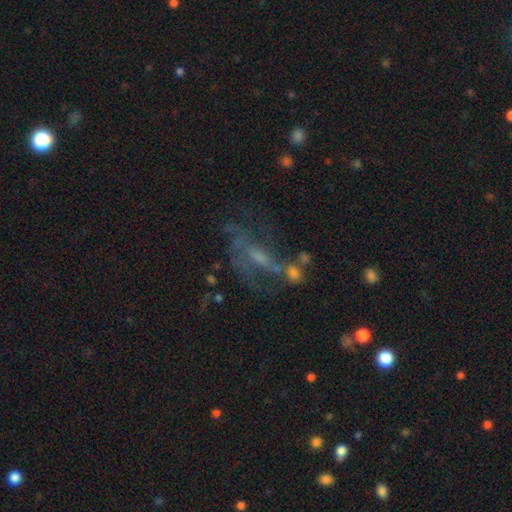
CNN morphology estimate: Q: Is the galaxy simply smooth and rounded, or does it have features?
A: featured or disk — 64%.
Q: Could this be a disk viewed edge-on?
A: no — 90%.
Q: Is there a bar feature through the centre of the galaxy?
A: no — 46%.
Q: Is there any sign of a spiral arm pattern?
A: yes — 66%.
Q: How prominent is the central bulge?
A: small — 35%.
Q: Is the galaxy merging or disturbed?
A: none — 41%.